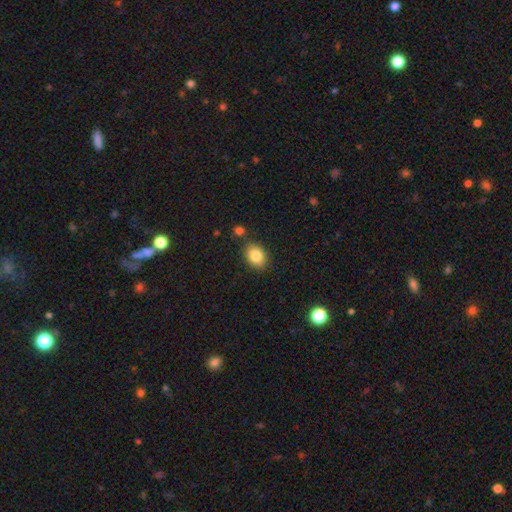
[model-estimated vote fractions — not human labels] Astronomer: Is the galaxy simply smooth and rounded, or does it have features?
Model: smooth — 84%.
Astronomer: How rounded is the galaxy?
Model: in between — 68%.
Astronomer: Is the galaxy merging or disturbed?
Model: none — 81%.